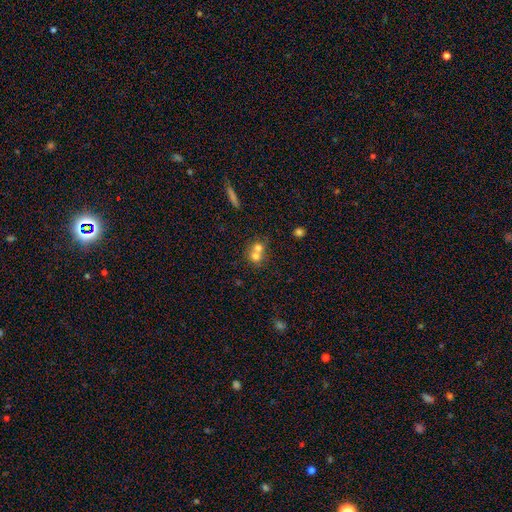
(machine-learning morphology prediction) This is likely a smooth galaxy (68%). How rounded: likely round (80%). Merging: likely merger (66%).